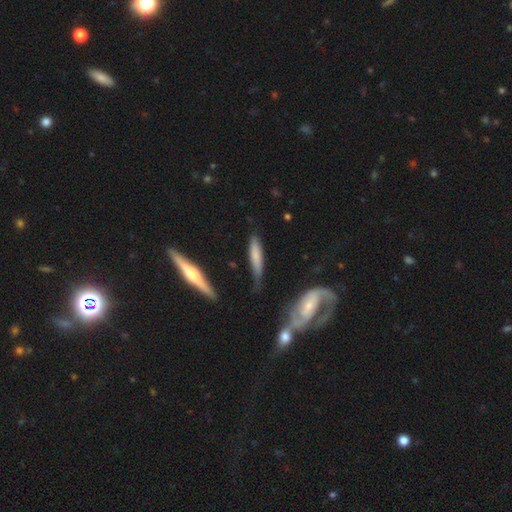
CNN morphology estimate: smooth 63%, featured or disk 30%, star or artifact 7%. Down the decision tree: how rounded — cigar-shaped (80%); merging — none (62%).